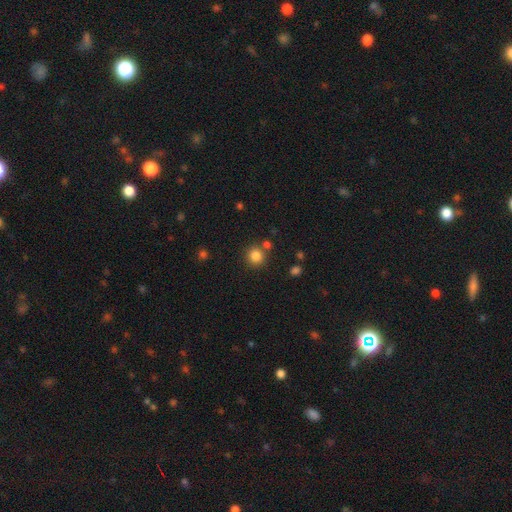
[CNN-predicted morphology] A smooth galaxy with no disk features (83%) that is round (91%).

Vote fractions:
- Smooth or featured? smooth: 83% / star or artifact: 12% / featured or disk: 5%
- How rounded? round: 91% / in between: 8% / cigar-shaped: 1%
- Merging? none: 78% / merger: 11% / minor disturbance: 8% / major disturbance: 3%